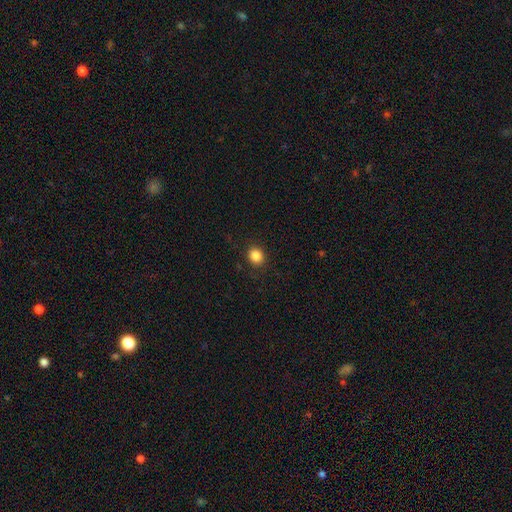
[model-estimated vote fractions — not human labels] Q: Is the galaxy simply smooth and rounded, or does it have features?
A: smooth — 86%.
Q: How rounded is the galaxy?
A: round — 76%.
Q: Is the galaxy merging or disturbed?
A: none — 89%.